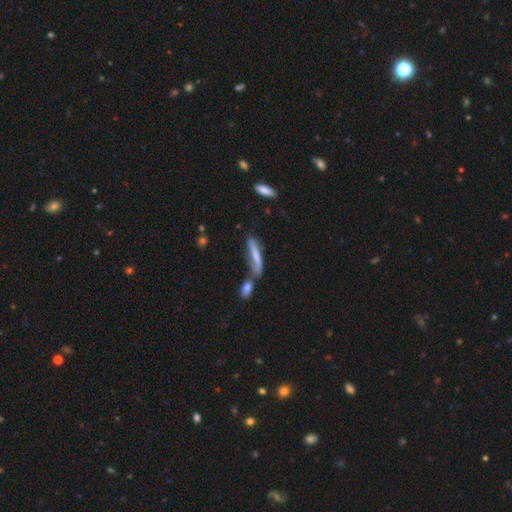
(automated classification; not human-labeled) Morphology: type=smooth (58%); roundness=cigar-shaped (82%); merging=none (39%).